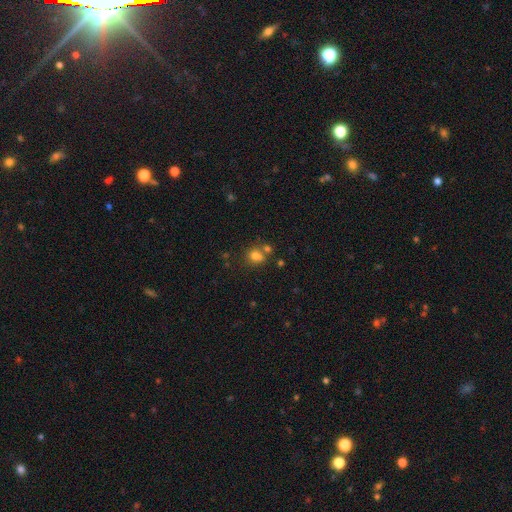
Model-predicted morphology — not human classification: This is likely a smooth galaxy (75%). How rounded: likely round (63%). Merging: possibly none (50%).